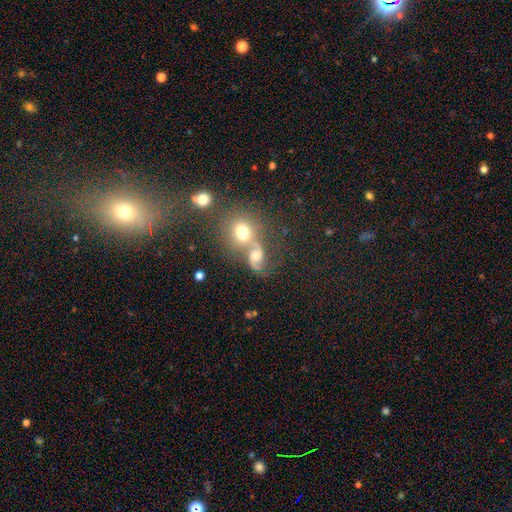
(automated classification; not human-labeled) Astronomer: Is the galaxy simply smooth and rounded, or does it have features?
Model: featured or disk — 60%.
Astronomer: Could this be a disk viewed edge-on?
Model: no — 97%.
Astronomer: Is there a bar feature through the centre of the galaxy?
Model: no — 59%.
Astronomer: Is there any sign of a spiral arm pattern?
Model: yes — 89%.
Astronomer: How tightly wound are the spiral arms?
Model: loose — 58% (runner-up: medium, 35%).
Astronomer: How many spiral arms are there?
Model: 2 — 90%.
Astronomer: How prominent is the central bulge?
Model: moderate — 55%.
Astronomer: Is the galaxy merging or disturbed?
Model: merger — 45% (runner-up: none, 35%).